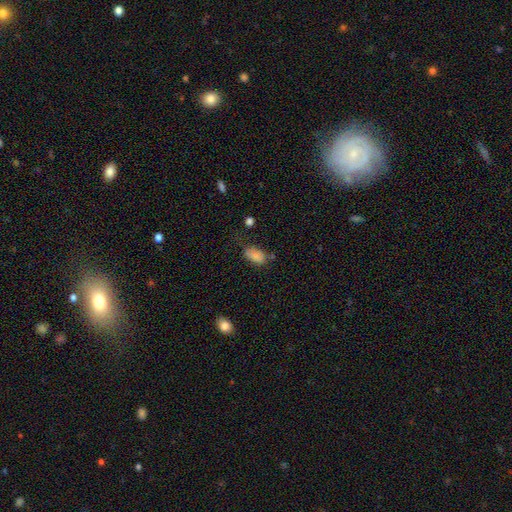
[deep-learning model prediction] Smooth or featured?
  - smooth: 85% *
  - star or artifact: 9%
  - featured or disk: 6%
How rounded?
  - in between: 92% *
  - round: 5%
  - cigar-shaped: 3%
Merging?
  - none: 61% *
  - minor disturbance: 25%
  - major disturbance: 8%
  - merger: 6%